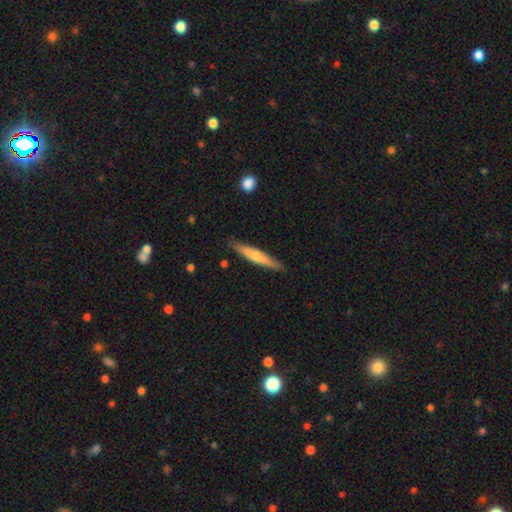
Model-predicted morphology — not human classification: A smooth galaxy with no disk features (54%) that is cigar-shaped (93%).

Vote fractions:
- Smooth or featured? smooth: 54% / featured or disk: 41% / star or artifact: 5%
- How rounded? cigar-shaped: 93% / in between: 6% / round: 1%
- Merging? none: 88% / minor disturbance: 9% / major disturbance: 2% / merger: 1%